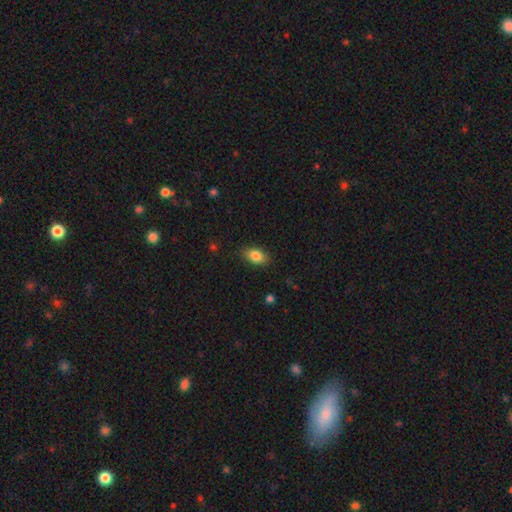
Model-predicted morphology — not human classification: Smooth or featured: smooth — 84% (star or artifact — 8%)
How rounded: in between — 87% (round — 11%)
Merging: none — 84% (minor disturbance — 12%)